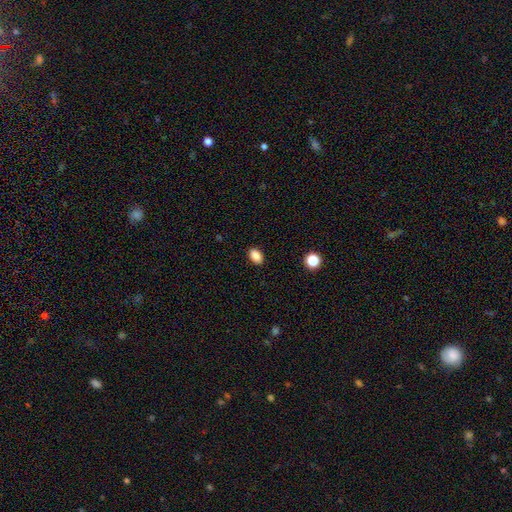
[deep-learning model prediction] This appears to be a smooth galaxy with no disk features (87%) that is in between round and cigar-shaped (86%). Merging: none (89%).